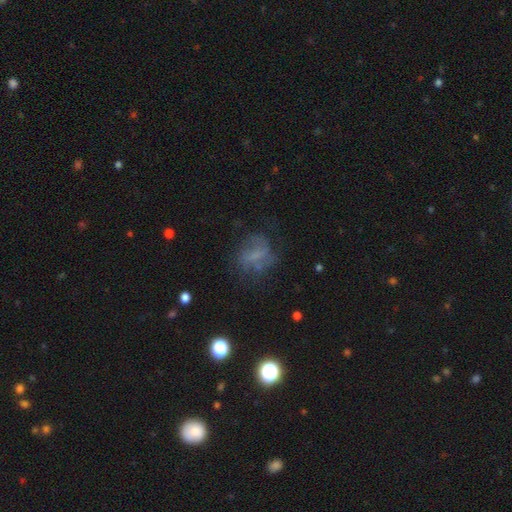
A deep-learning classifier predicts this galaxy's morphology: smooth-or-featured: featured or disk: 42% | smooth: 39% | star or artifact: 19%
  merging: none: 56% | minor disturbance: 21% | major disturbance: 20% | merger: 3%